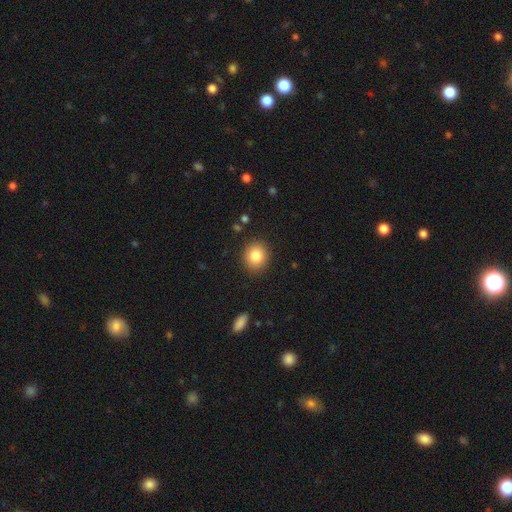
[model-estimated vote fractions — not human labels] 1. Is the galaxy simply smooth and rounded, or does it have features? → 84% smooth, 9% star or artifact, 7% featured or disk.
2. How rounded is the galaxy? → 78% round, 21% in between, 1% cigar-shaped.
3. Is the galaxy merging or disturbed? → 89% none, 7% minor disturbance, 2% major disturbance, 1% merger.